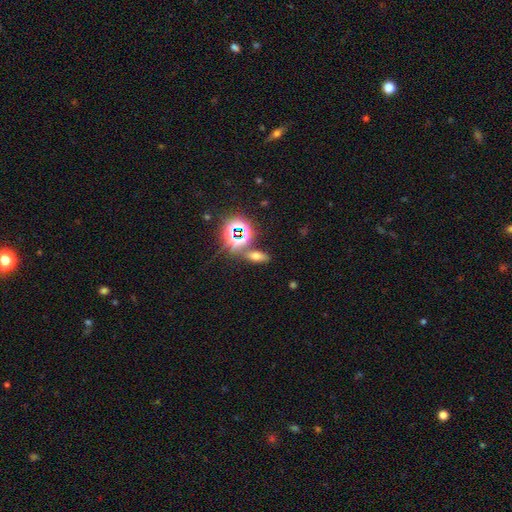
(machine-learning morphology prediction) Smooth or featured? smooth (52%)
How rounded? in between (72%)
Merging? none (75%)